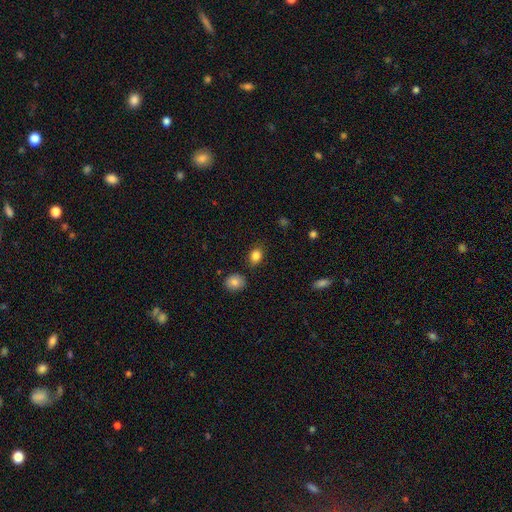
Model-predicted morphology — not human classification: A smooth galaxy with no disk features (85%) that is in between round and cigar-shaped (66%). Merging: none (83%).